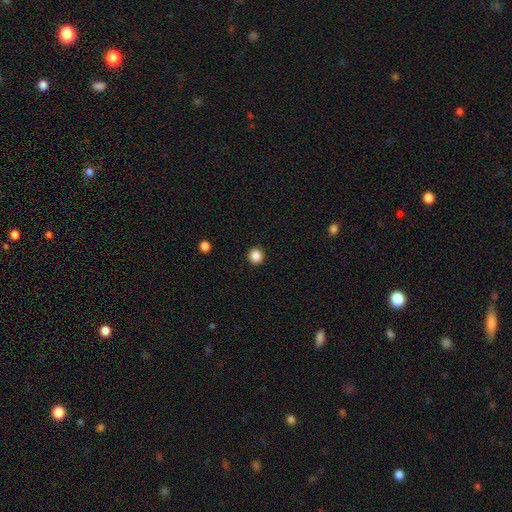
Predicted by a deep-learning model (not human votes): Morphology: type=smooth (86%); roundness=round (96%); merging=none (93%).